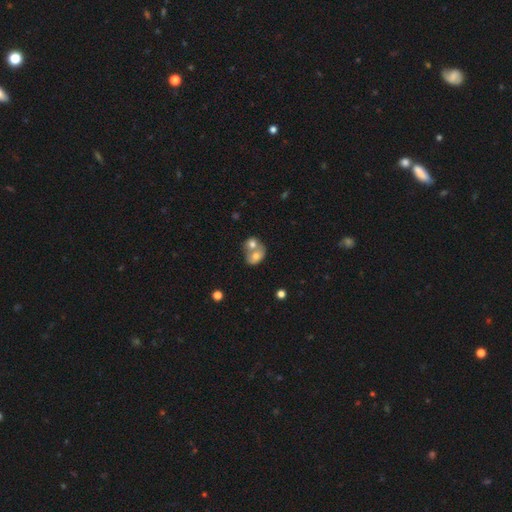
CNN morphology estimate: Smooth or featured?
  - smooth: 67% *
  - featured or disk: 24%
  - star or artifact: 8%
How rounded?
  - in between: 56% *
  - round: 42%
  - cigar-shaped: 1%
Merging?
  - merger: 70% *
  - none: 19%
  - minor disturbance: 7%
  - major disturbance: 4%